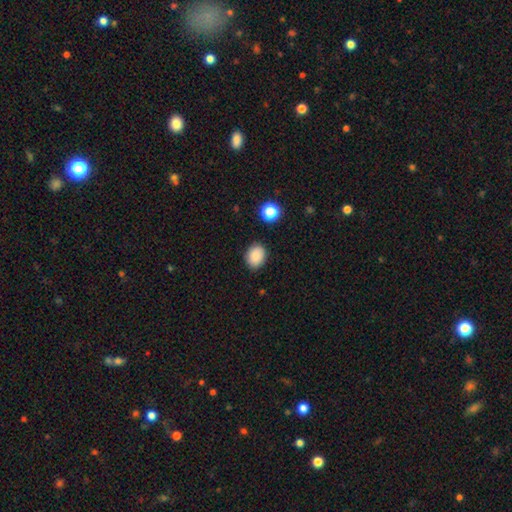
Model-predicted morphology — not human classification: Smooth or featured?
  - smooth: 87% *
  - star or artifact: 9%
  - featured or disk: 4%
How rounded?
  - in between: 58% *
  - round: 41%
  - cigar-shaped: 1%
Merging?
  - none: 86% *
  - minor disturbance: 10%
  - major disturbance: 3%
  - merger: 2%